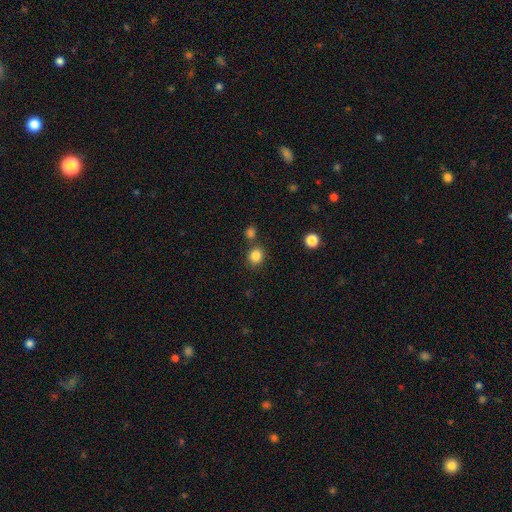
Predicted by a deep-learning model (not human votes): Q: Smooth or featured?
A: smooth (84%); runner-up: star or artifact (11%)
Q: How rounded?
A: round (78%); runner-up: in between (21%)
Q: Merging?
A: none (74%); runner-up: merger (13%)